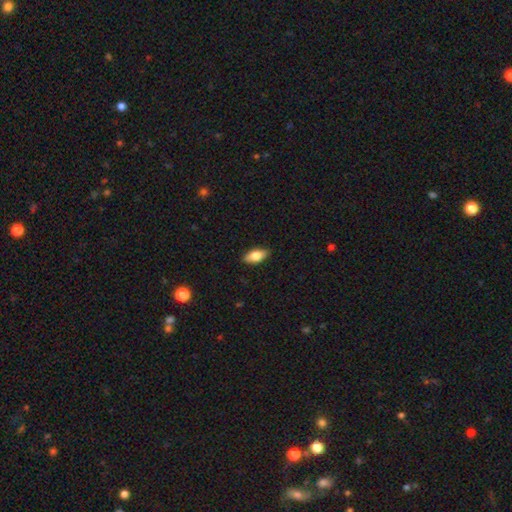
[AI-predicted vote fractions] A smooth galaxy with no disk features (74%) that is in between round and cigar-shaped (88%). Merging: none (87%).